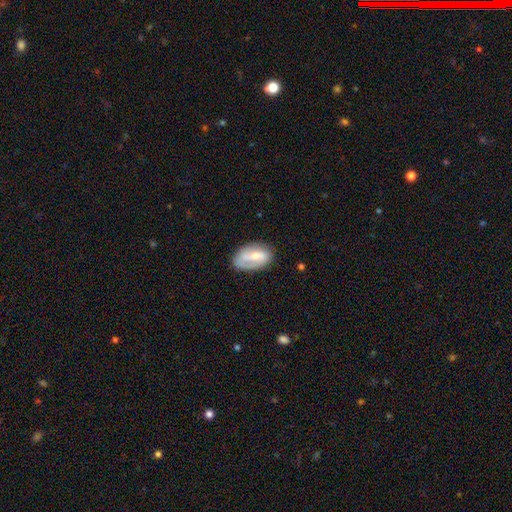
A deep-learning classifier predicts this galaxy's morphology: Overall: featured or disk (59%; smooth 35%). Edge-on disk: no (95%). Bar: weak (43%; no 29%). Spiral arms: yes (79%). Bulge size: small (52%; moderate 37%). Merging: none (71%).